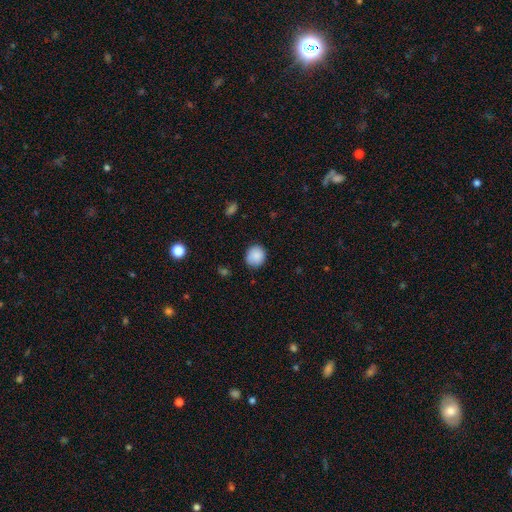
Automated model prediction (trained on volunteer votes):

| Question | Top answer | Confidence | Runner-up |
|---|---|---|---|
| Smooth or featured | smooth | 88% | star or artifact (8%) |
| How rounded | round | 80% | in between (19%) |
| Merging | none | 84% | minor disturbance (12%) |